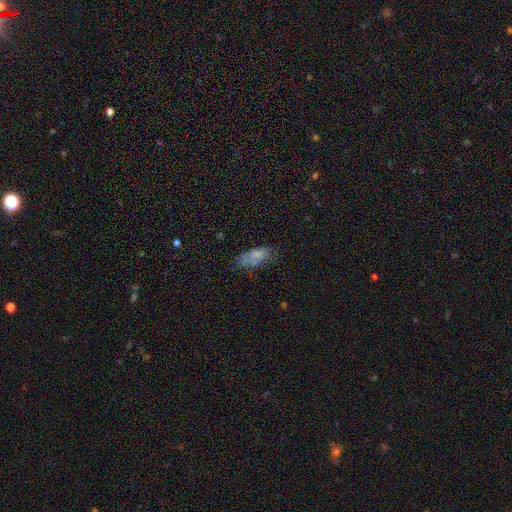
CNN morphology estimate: Smooth or featured: smooth — 67% (featured or disk — 21%)
How rounded: in between — 80% (cigar-shaped — 17%)
Merging: none — 55% (minor disturbance — 27%)